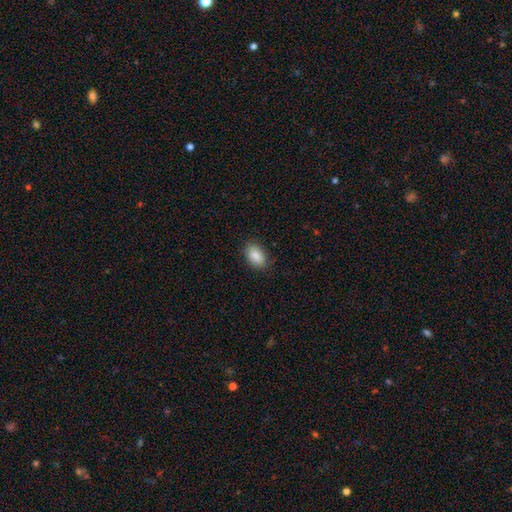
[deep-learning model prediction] smooth 88%, star or artifact 7%, featured or disk 5%. Down the decision tree: how rounded — in between (89%); merging — none (84%).